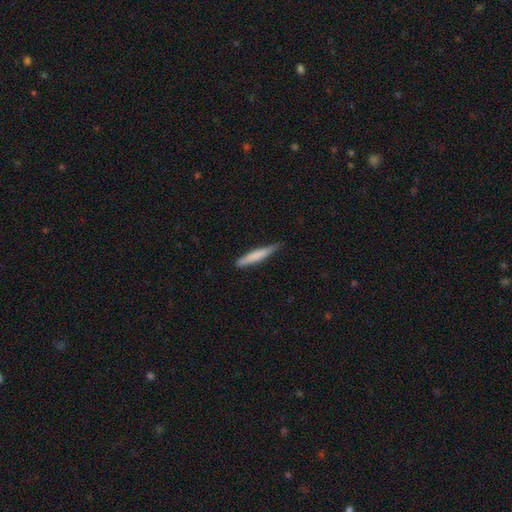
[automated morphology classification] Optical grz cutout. It shows a smooth galaxy with no disk features (71%) that is cigar-shaped (93%). Merging: none (77%).